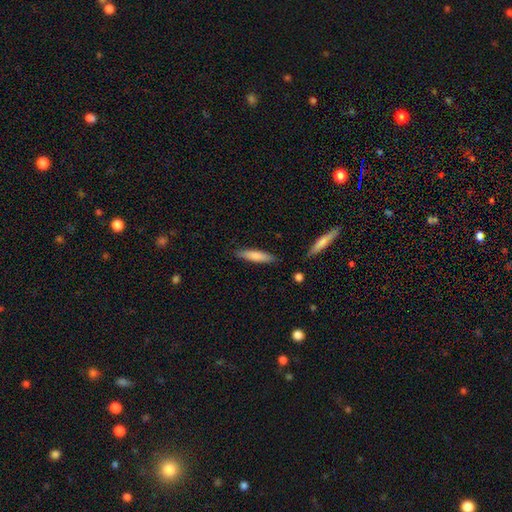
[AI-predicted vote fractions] Smooth or featured?
  - smooth: 77% *
  - featured or disk: 17%
  - star or artifact: 6%
How rounded?
  - cigar-shaped: 78% *
  - in between: 21%
  - round: 1%
Merging?
  - none: 86% *
  - minor disturbance: 10%
  - merger: 2%
  - major disturbance: 2%